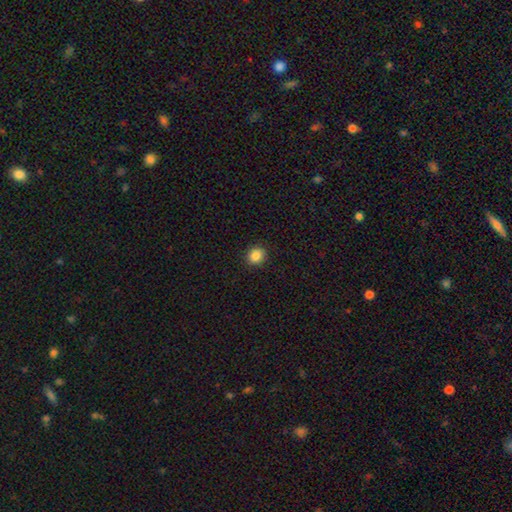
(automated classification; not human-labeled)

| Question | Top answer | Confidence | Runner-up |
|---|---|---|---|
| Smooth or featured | smooth | 86% | star or artifact (10%) |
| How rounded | round | 75% | in between (25%) |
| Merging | none | 90% | minor disturbance (7%) |